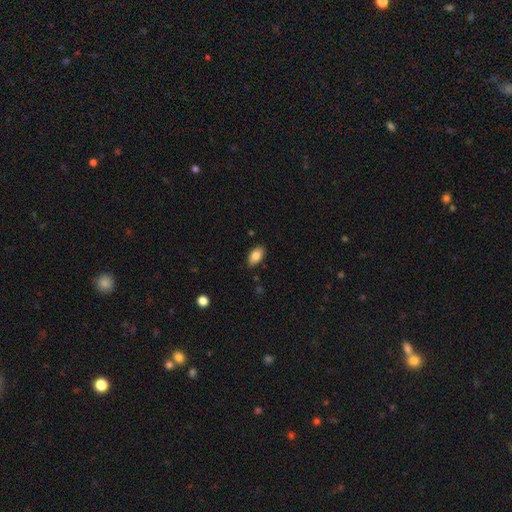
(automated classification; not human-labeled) Overall: smooth (84%). How rounded: in between (93%). Merging: none (85%).